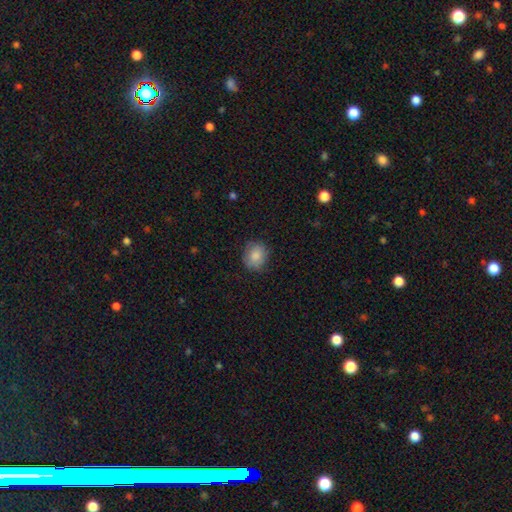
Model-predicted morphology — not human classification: Q: Smooth or featured?
A: smooth (85%); runner-up: star or artifact (7%)
Q: How rounded?
A: round (72%); runner-up: in between (28%)
Q: Merging?
A: none (81%); runner-up: minor disturbance (15%)